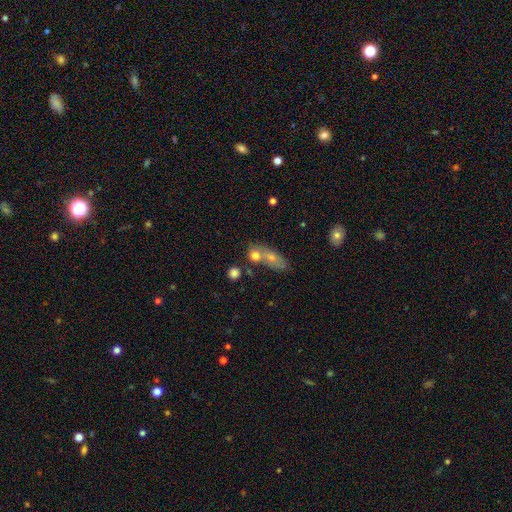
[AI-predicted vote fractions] Overall: smooth (71%). How rounded: round (50%; in between 42%). Merging: merger (49%; none 35%).